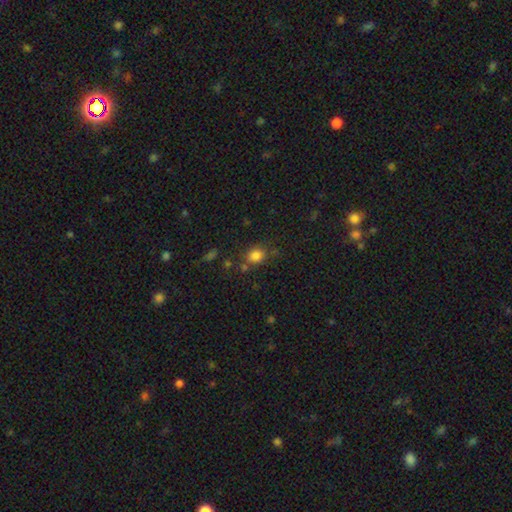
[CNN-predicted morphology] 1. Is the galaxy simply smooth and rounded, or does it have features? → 82% smooth, 12% star or artifact, 6% featured or disk.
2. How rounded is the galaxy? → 65% round, 34% in between, 1% cigar-shaped.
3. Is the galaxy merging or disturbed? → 70% none, 15% minor disturbance, 9% merger, 6% major disturbance.